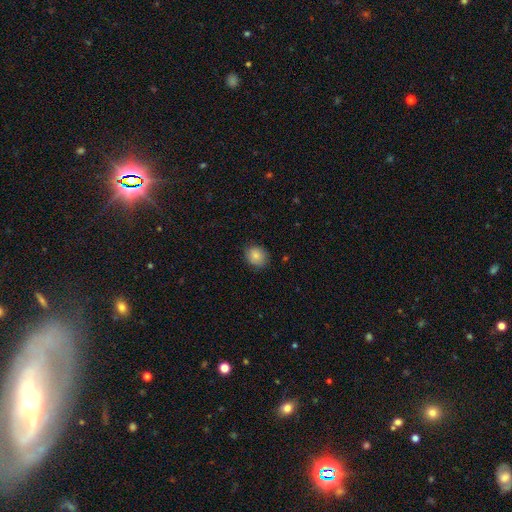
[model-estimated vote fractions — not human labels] Smooth or featured?
  - smooth: 84% *
  - star or artifact: 9%
  - featured or disk: 7%
How rounded?
  - round: 71% *
  - in between: 28%
  - cigar-shaped: 1%
Merging?
  - none: 83% *
  - minor disturbance: 13%
  - major disturbance: 3%
  - merger: 1%